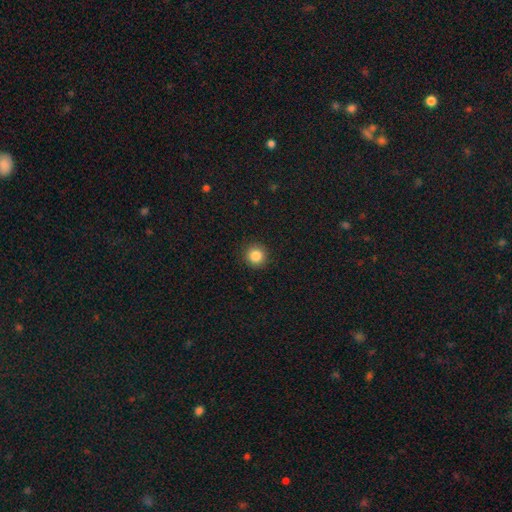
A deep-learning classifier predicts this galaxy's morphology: Overall: smooth (86%). How rounded: round (94%). Merging: none (91%).